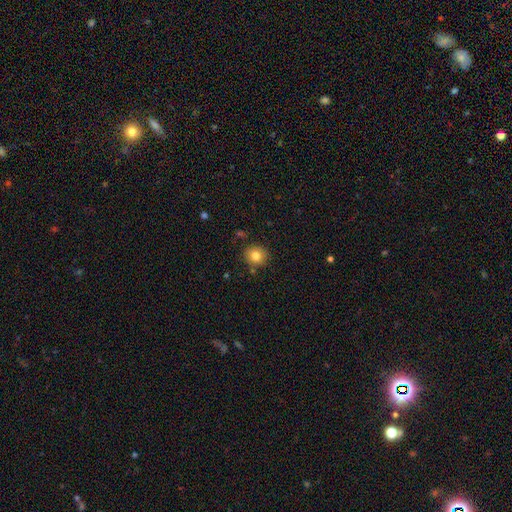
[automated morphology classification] Smooth or featured: smooth — 81% (star or artifact — 11%)
How rounded: round — 85% (in between — 14%)
Merging: none — 86% (minor disturbance — 9%)